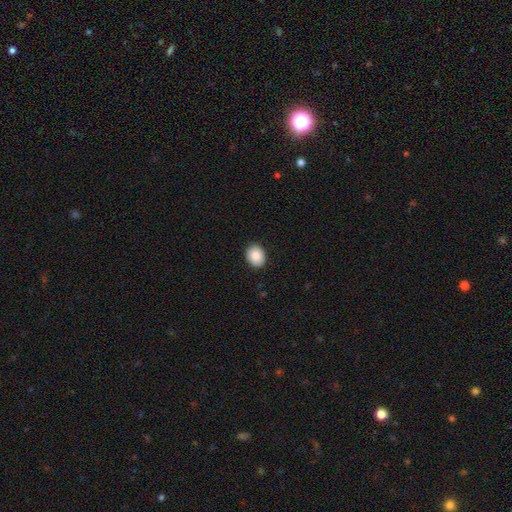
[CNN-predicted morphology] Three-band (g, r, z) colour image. It shows a smooth galaxy with no disk features (89%) that is in between round and cigar-shaped (55%). Merging: none (90%).